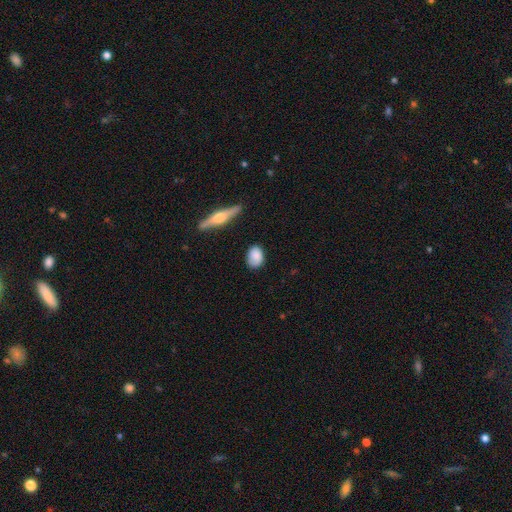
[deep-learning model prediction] A smooth galaxy with no disk features (81%) that is in between round and cigar-shaped (77%).

Vote fractions:
- Smooth or featured? smooth: 81% / featured or disk: 12% / star or artifact: 7%
- How rounded? in between: 77% / round: 21% / cigar-shaped: 3%
- Merging? none: 71% / minor disturbance: 22% / major disturbance: 4% / merger: 2%